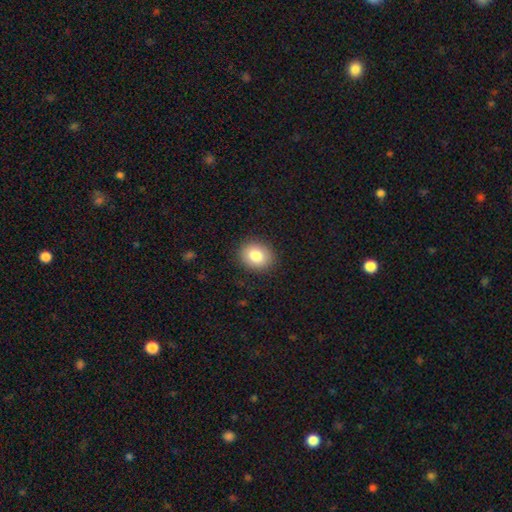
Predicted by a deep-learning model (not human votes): smooth 83%, featured or disk 8%, star or artifact 8%. Down the decision tree: how rounded — round (51%); merging — none (89%).